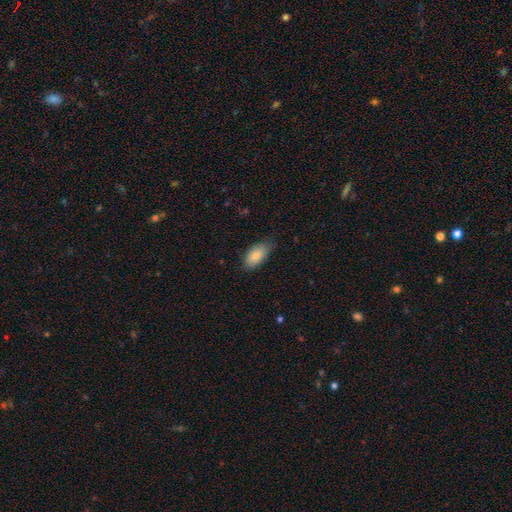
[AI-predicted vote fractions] A smooth galaxy with no disk features (82%) that is in between round and cigar-shaped (92%). Merging: none (71%).